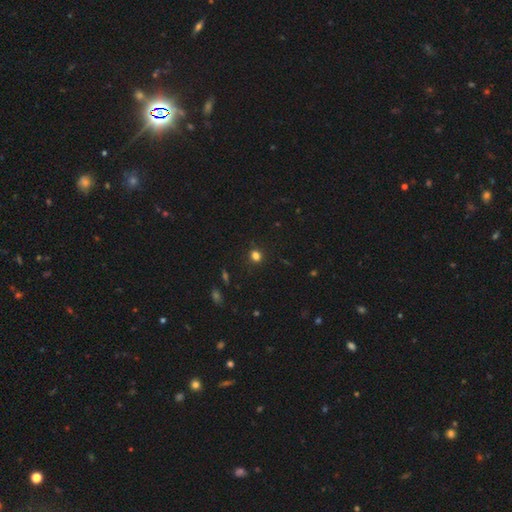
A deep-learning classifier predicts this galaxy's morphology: The model was most divided on "smooth or featured": smooth: 78%, star or artifact: 18%, featured or disk: 5%. More confident: merging — none (88%); how rounded — round (80%).